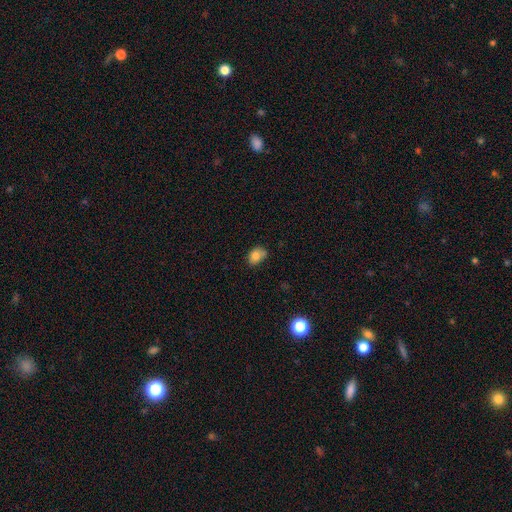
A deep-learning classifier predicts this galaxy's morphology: Smooth or featured?
  - smooth: 80% *
  - star or artifact: 10%
  - featured or disk: 10%
How rounded?
  - in between: 67% *
  - round: 32%
  - cigar-shaped: 1%
Merging?
  - none: 54% *
  - minor disturbance: 33%
  - major disturbance: 7%
  - merger: 6%